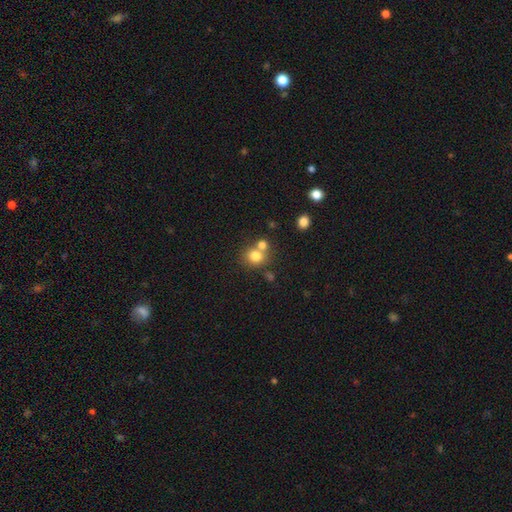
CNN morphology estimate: Smooth or featured? smooth (78%)
How rounded? round (80%)
Merging? none (52%)